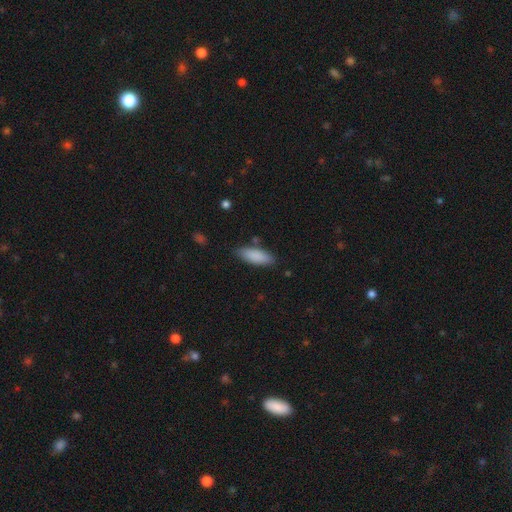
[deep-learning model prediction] A smooth galaxy with no disk features (88%) that is in between round and cigar-shaped (67%).

Vote fractions:
- Smooth or featured? smooth: 88% / featured or disk: 7% / star or artifact: 6%
- How rounded? in between: 67% / cigar-shaped: 32% / round: 2%
- Merging? none: 82% / minor disturbance: 13% / merger: 3% / major disturbance: 3%